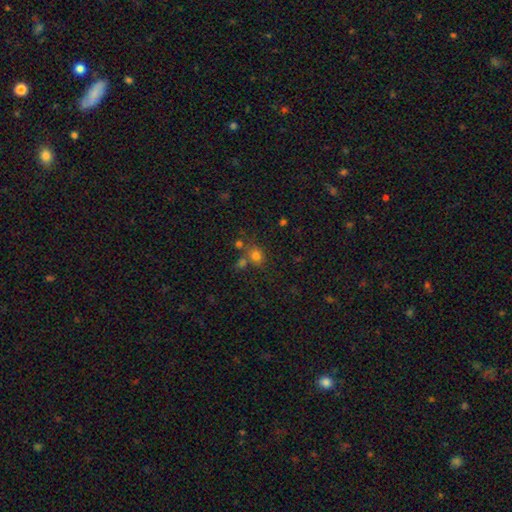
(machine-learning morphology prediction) Smooth or featured? Predicted: smooth (p=0.74). How rounded? Predicted: round (p=0.64). Merging? Predicted: none (p=0.60).